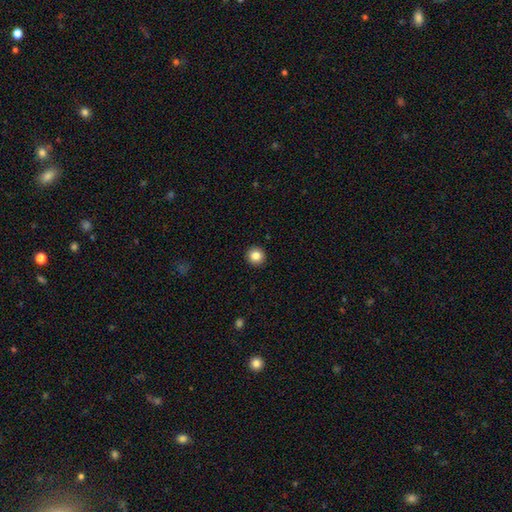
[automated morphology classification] type=smooth (84%); roundness=round (94%); merging=none (93%).